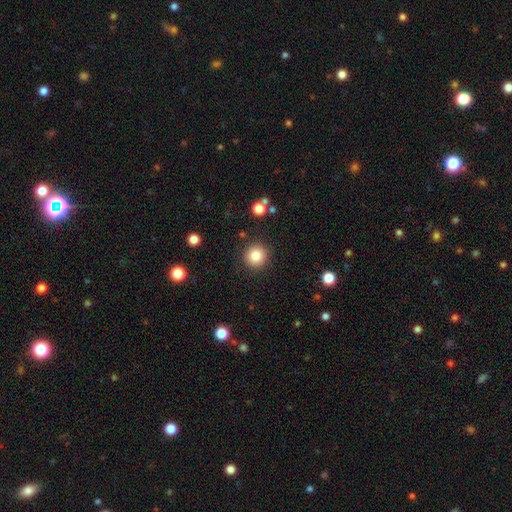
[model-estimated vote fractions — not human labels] smooth_or_featured: smooth (p=0.84) [alt: star or artifact p=0.10]
how_rounded: round (p=0.94) [alt: in between p=0.05]
merging: none (p=0.89) [alt: minor disturbance p=0.06]